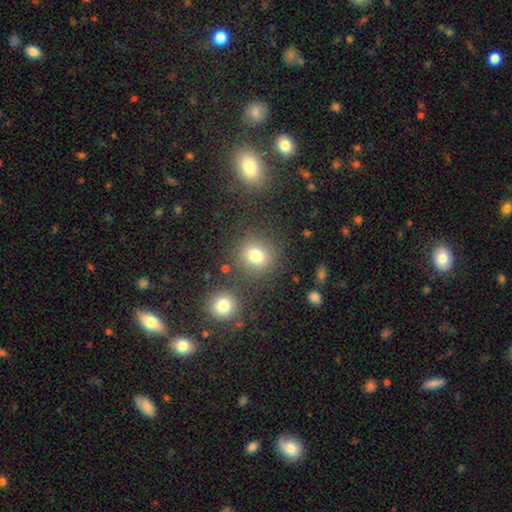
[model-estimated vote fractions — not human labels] Smooth or featured? Predicted: smooth (p=0.77). How rounded? Predicted: round (p=0.81). Merging? Predicted: none (p=0.80).